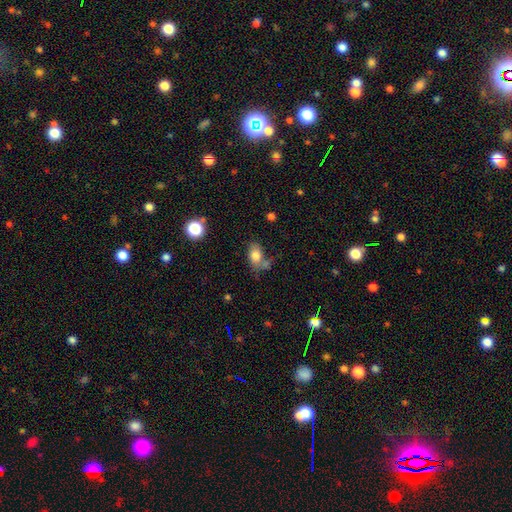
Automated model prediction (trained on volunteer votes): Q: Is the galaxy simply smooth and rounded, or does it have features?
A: smooth — 78%.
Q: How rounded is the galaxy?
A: in between — 82%.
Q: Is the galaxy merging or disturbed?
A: none — 50%.